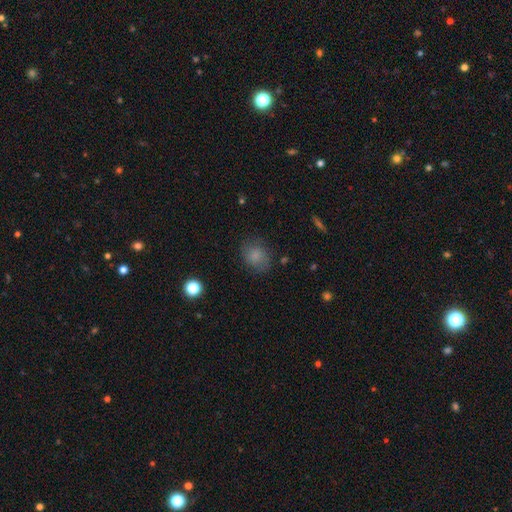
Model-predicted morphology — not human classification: This appears to be a smooth galaxy with no disk features (80%) that is round (54%). Merging: none (74%).